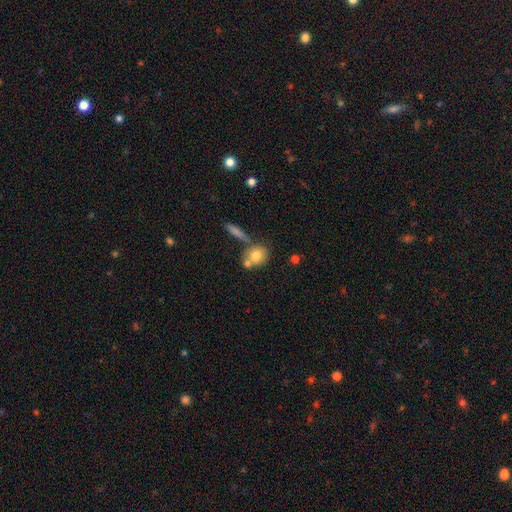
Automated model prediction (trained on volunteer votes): A smooth galaxy with no disk features (75%) that is round (59%).

Vote fractions:
- Smooth or featured? smooth: 75% / featured or disk: 16% / star or artifact: 9%
- How rounded? round: 59% / in between: 37% / cigar-shaped: 4%
- Merging? none: 49% / merger: 34% / minor disturbance: 12% / major disturbance: 5%